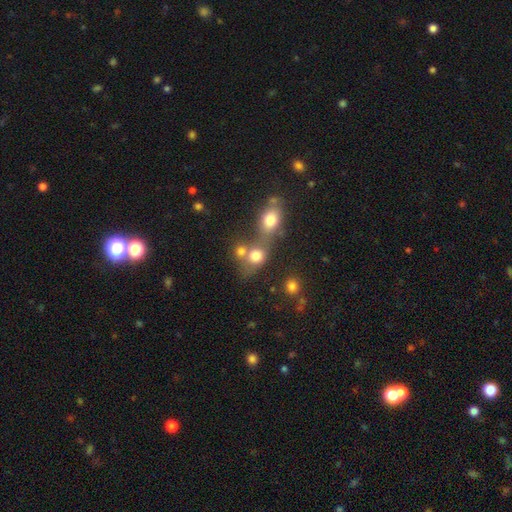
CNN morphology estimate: Smooth or featured?
  - smooth: 74% *
  - star or artifact: 14%
  - featured or disk: 12%
How rounded?
  - round: 68% *
  - in between: 30%
  - cigar-shaped: 2%
Merging?
  - merger: 52% *
  - none: 34%
  - minor disturbance: 8%
  - major disturbance: 6%